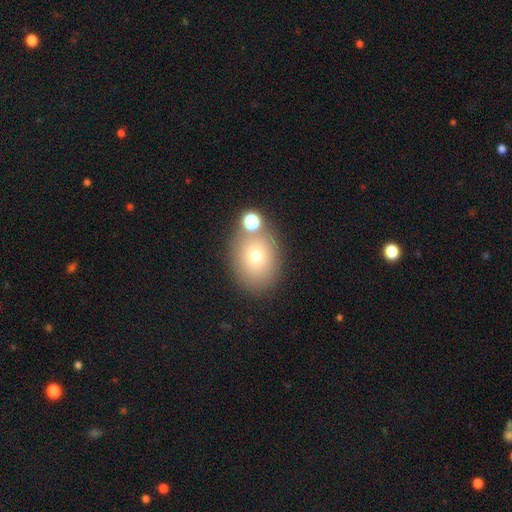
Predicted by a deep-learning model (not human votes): A smooth galaxy with no disk features (72%) that is in between round and cigar-shaped (60%). Merging: none (70%).